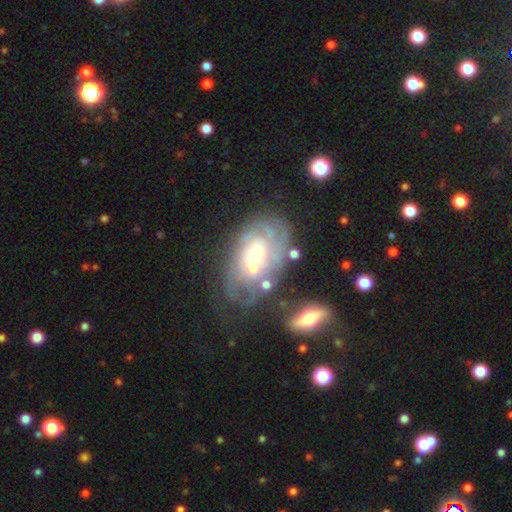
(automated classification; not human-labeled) Smooth or featured? Predicted: featured or disk (p=0.75). Edge-on disk? Predicted: no (p=0.95). Bar? Predicted: no (p=0.79). Spiral arms? Predicted: yes (p=0.80). Spiral winding? Predicted: tight (p=0.65). Spiral arm count? Predicted: can't tell (p=0.54). Bulge size? Predicted: small (p=0.51). Merging? Predicted: none (p=0.46).